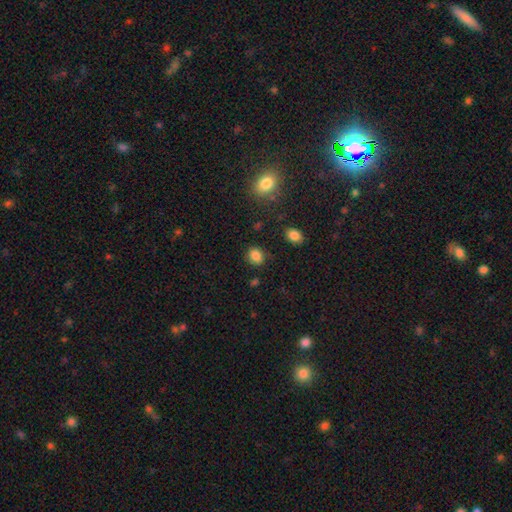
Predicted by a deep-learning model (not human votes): Morphology: type=smooth (84%); roundness=round (57%); merging=none (80%).